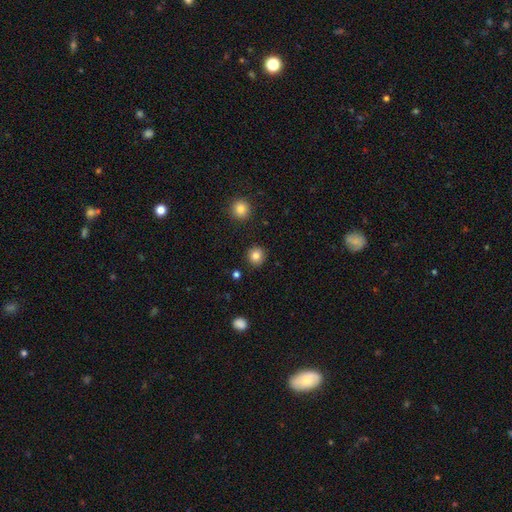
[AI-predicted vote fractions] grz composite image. It shows a smooth galaxy with no disk features (84%) that is round (92%). Merging: none (91%).